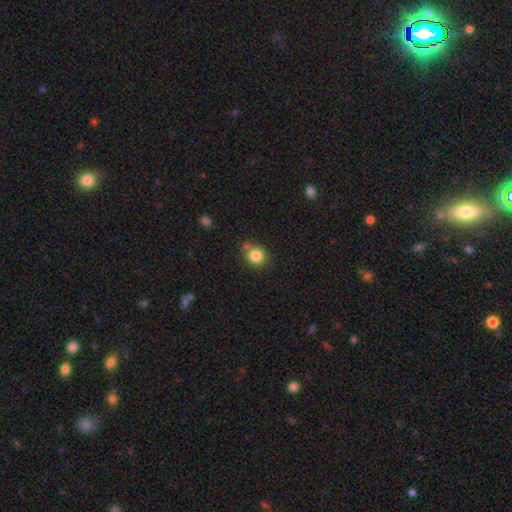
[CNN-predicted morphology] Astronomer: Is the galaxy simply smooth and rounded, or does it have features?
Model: smooth — 83%.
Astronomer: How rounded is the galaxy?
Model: round — 83%.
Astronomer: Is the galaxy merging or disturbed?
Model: none — 72%.